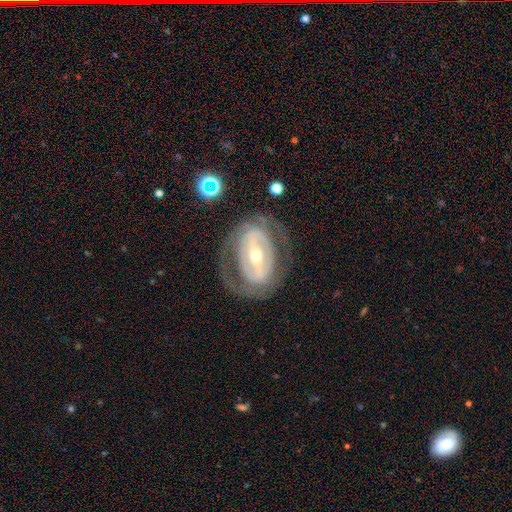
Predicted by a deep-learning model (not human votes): smooth_or_featured: featured or disk (p=0.80) [alt: smooth p=0.15]
disk_edge_on: no (p=0.93) [alt: yes p=0.07]
bar: strong (p=0.53) [alt: weak p=0.28]
has_spiral_arms: yes (p=0.52) [alt: no p=0.48]
bulge_size: moderate (p=0.48) [alt: small p=0.47]
merging: none (p=0.70) [alt: minor disturbance p=0.15]